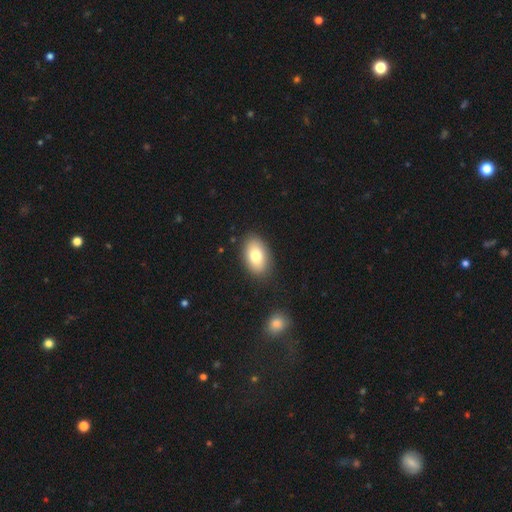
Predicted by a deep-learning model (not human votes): Smooth or featured: smooth — 77% (featured or disk — 15%)
How rounded: in between — 90% (round — 8%)
Merging: none — 86% (minor disturbance — 9%)